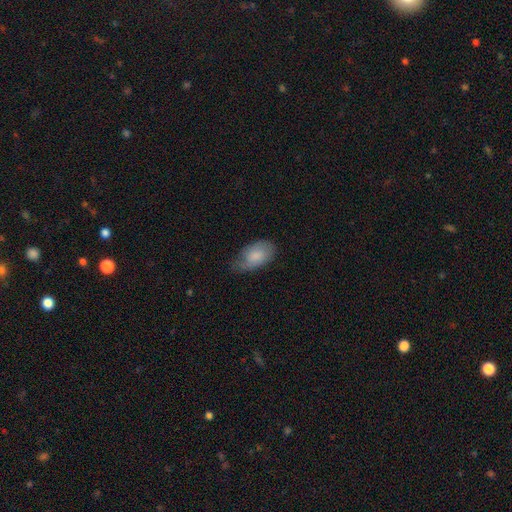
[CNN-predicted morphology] type=smooth (76%); roundness=in between (93%); merging=none (50%).